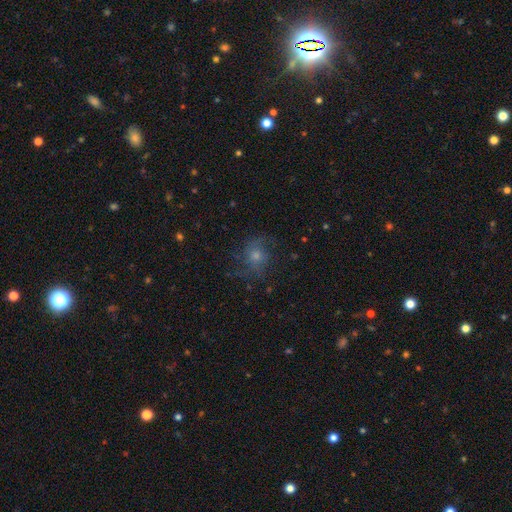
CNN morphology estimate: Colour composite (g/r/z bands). It shows a featured or disk galaxy (51%). Merging: none (69%).